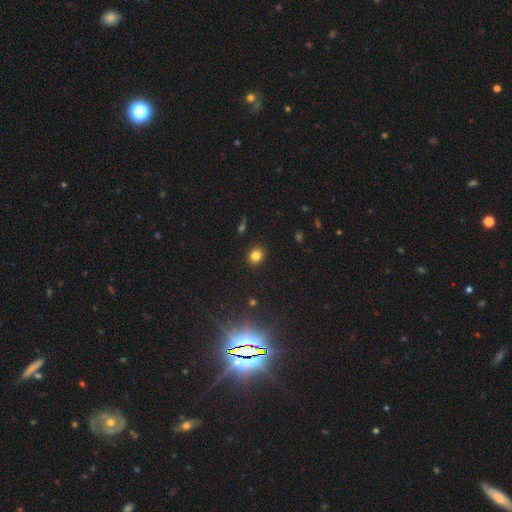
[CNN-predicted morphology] Overall: smooth (81%). How rounded: round (65%; in between 34%). Merging: none (90%).